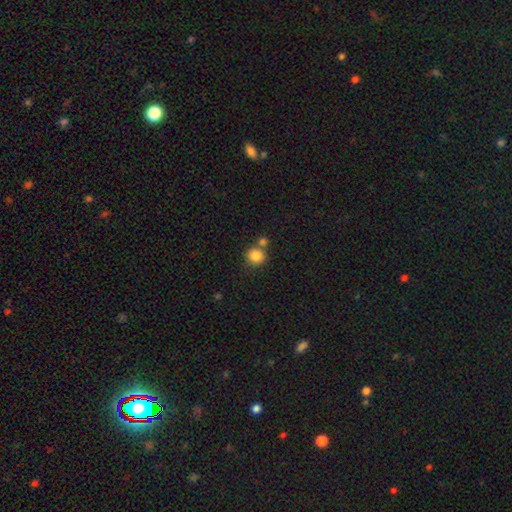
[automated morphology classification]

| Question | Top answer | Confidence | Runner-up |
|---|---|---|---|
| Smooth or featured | smooth | 84% | star or artifact (10%) |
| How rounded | round | 88% | in between (11%) |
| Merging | none | 63% | merger (25%) |